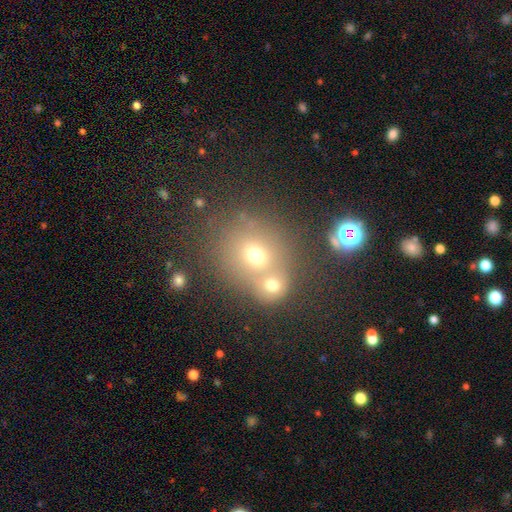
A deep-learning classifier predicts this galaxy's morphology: smooth 59%, star or artifact 24%, featured or disk 17%. Down the decision tree: how rounded — round (78%); merging — none (48%).